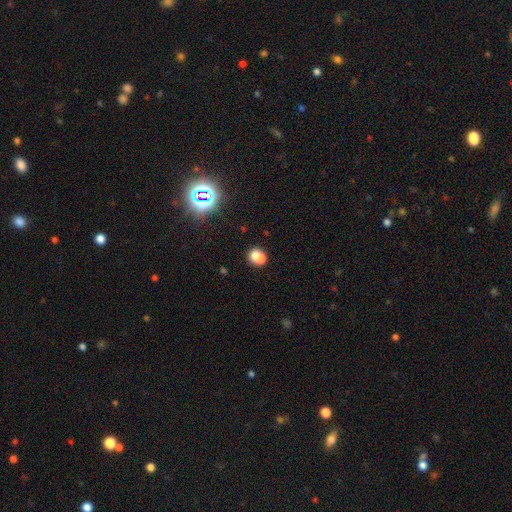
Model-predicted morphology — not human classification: smooth_or_featured: smooth (p=0.70) [alt: featured or disk p=0.17]
how_rounded: round (p=0.60) [alt: in between p=0.38]
merging: merger (p=0.50) [alt: none p=0.37]